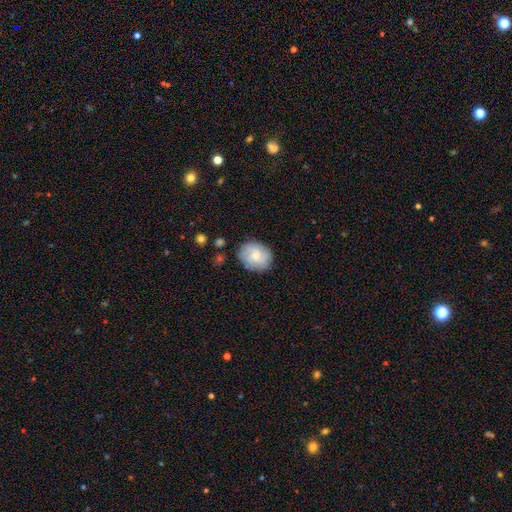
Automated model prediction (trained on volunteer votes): Overall: smooth (59%; featured or disk 34%). How rounded: round (59%; in between 40%). Merging: none (81%).